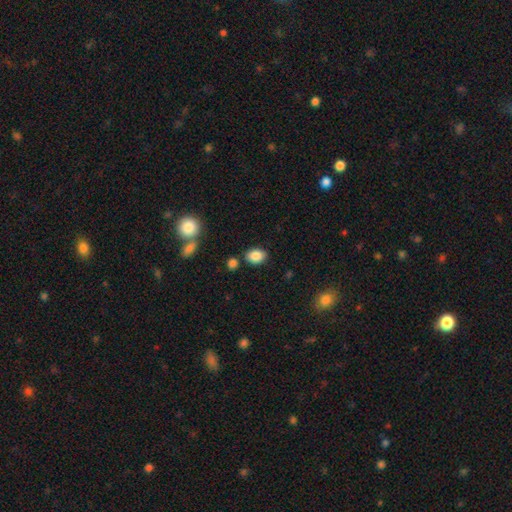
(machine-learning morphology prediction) A smooth galaxy with no disk features (86%) that is in between round and cigar-shaped (69%).

Vote fractions:
- Smooth or featured? smooth: 86% / star or artifact: 9% / featured or disk: 5%
- How rounded? in between: 69% / round: 29% / cigar-shaped: 1%
- Merging? none: 79% / minor disturbance: 12% / merger: 6% / major disturbance: 3%